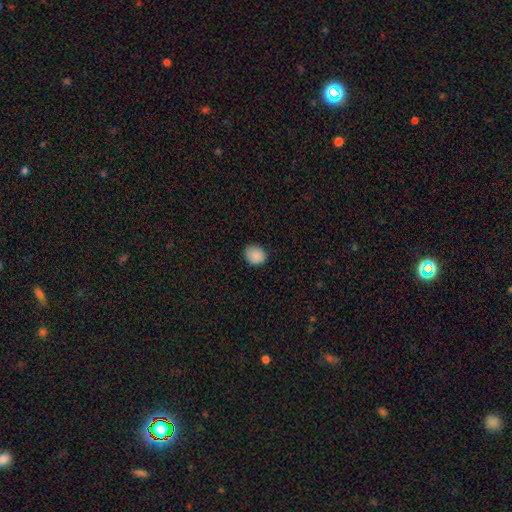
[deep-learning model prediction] smooth 89%, star or artifact 8%, featured or disk 3%. Down the decision tree: how rounded — round (70%); merging — none (84%).